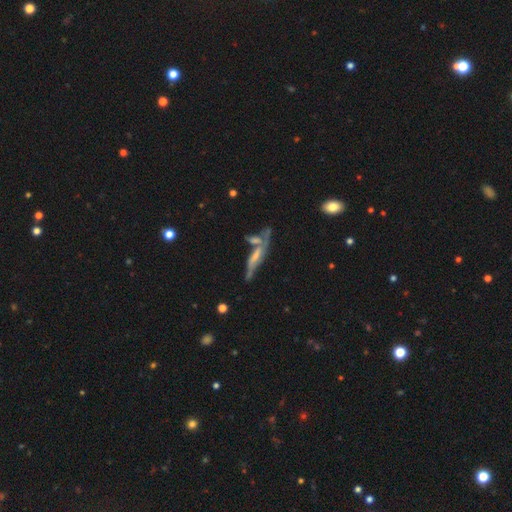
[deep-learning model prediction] smooth-or-featured: featured or disk: 64% | smooth: 26% | star or artifact: 10%
  disk-edge-on: yes: 57% | no: 43%
  merging: none: 39% | merger: 31% | minor disturbance: 18% | major disturbance: 13%